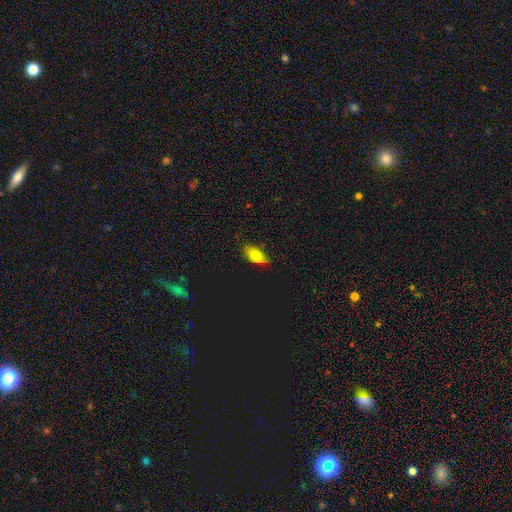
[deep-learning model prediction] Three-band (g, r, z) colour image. It shows a smooth galaxy with no disk features (74%) that is in between round and cigar-shaped (88%). Merging: none (73%).